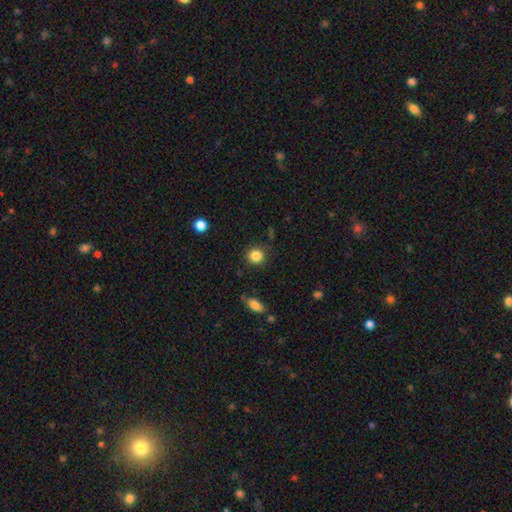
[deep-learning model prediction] Smooth or featured? Predicted: smooth (p=0.85). How rounded? Predicted: round (p=0.86). Merging? Predicted: none (p=0.85).